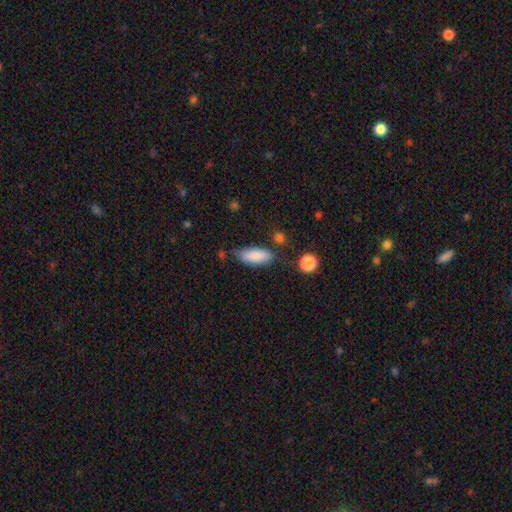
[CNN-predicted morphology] smooth_or_featured: smooth (p=0.86) [alt: featured or disk p=0.07]
how_rounded: in between (p=0.77) [alt: cigar-shaped p=0.21]
merging: none (p=0.74) [alt: minor disturbance p=0.17]